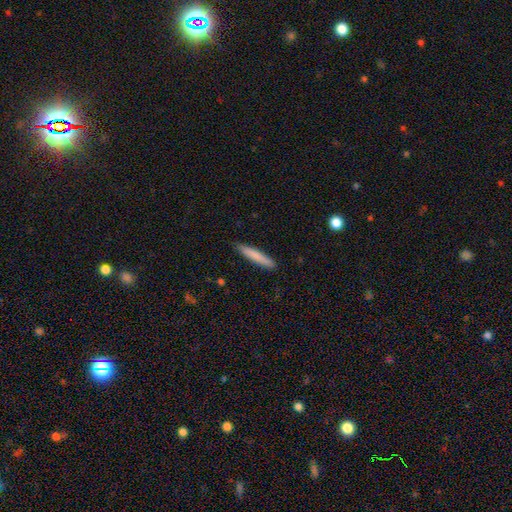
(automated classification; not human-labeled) Smooth or featured? smooth (78%)
How rounded? cigar-shaped (94%)
Merging? none (88%)